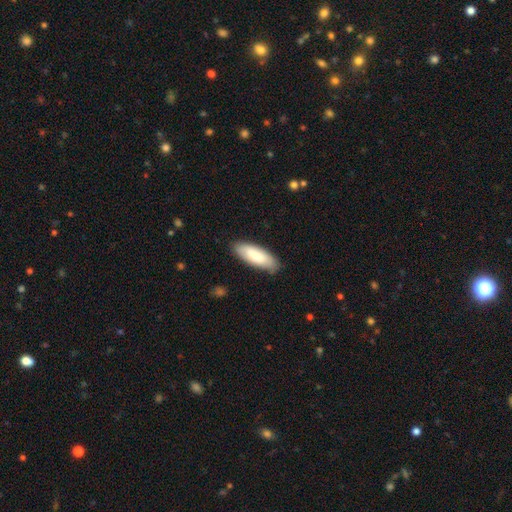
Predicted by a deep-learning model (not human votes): This appears to be a smooth galaxy with no disk features (78%) that is in between round and cigar-shaped (68%). Merging: none (84%).